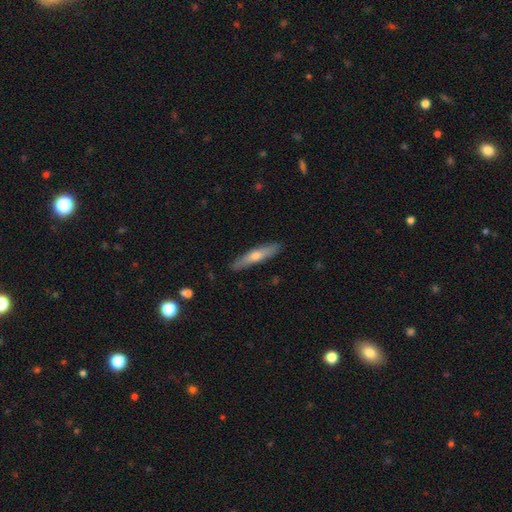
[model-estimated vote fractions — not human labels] Q: Smooth or featured?
A: featured or disk (50%); runner-up: smooth (43%)
Q: Merging?
A: none (89%); runner-up: minor disturbance (8%)